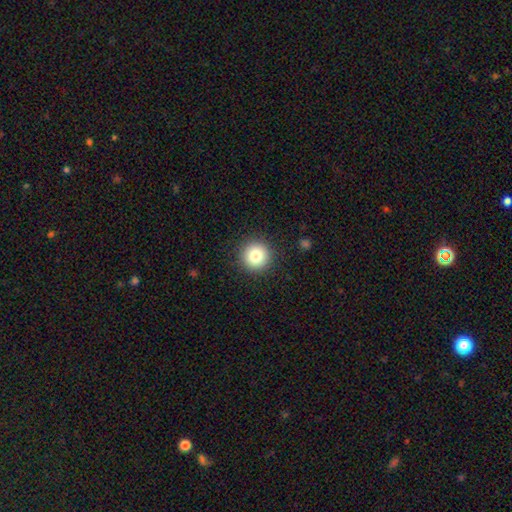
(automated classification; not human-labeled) Overall: smooth (83%). How rounded: round (96%). Merging: none (92%).